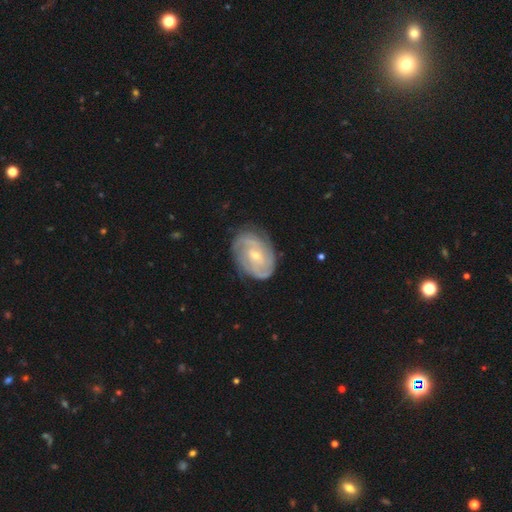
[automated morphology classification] smooth_or_featured: featured or disk (p=0.81) [alt: smooth p=0.14]
disk_edge_on: no (p=0.96) [alt: yes p=0.04]
bar: no (p=0.47) [alt: weak p=0.40]
has_spiral_arms: yes (p=0.92) [alt: no p=0.08]
spiral_winding: tight (p=0.60) [alt: medium p=0.30]
spiral_arm_count: 2 (p=0.41) [alt: can't tell p=0.29]
bulge_size: small (p=0.55) [alt: moderate p=0.42]
merging: none (p=0.77) [alt: minor disturbance p=0.17]